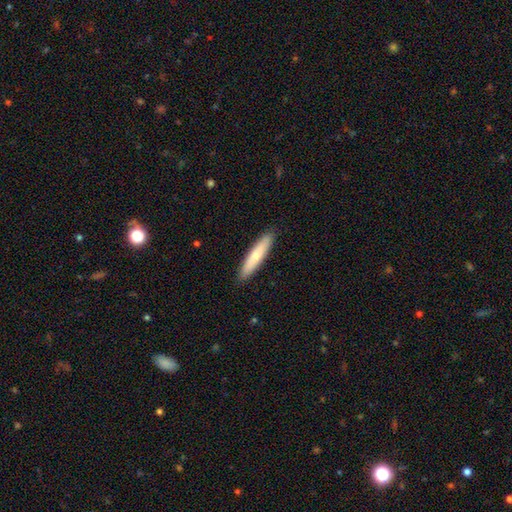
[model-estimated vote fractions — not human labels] Smooth or featured? smooth (72%)
How rounded? cigar-shaped (89%)
Merging? none (91%)